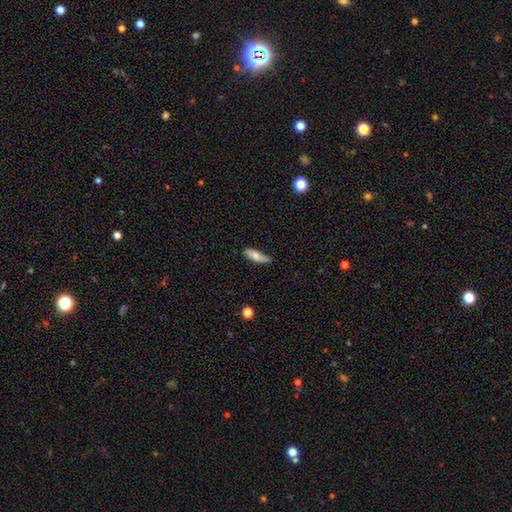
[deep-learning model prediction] Morphology: type=smooth (66%); roundness=in between (65%); merging=none (55%).